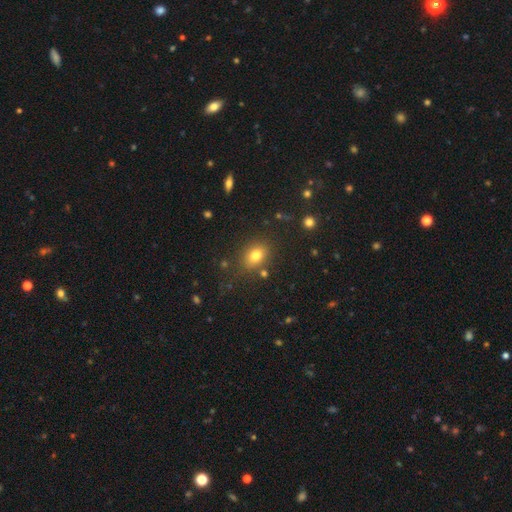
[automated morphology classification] Smooth or featured? Predicted: smooth (p=0.78). How rounded? Predicted: in between (p=0.65). Merging? Predicted: none (p=0.79).